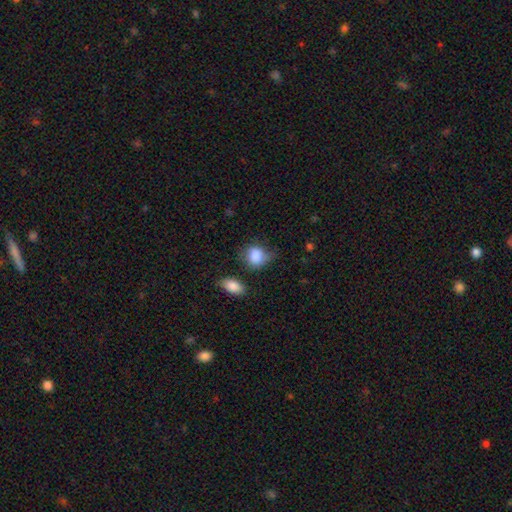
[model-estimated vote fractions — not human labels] Smooth or featured?
  - smooth: 85% *
  - star or artifact: 8%
  - featured or disk: 7%
How rounded?
  - round: 64% *
  - in between: 35%
  - cigar-shaped: 1%
Merging?
  - none: 45% *
  - minor disturbance: 35%
  - major disturbance: 13%
  - merger: 7%